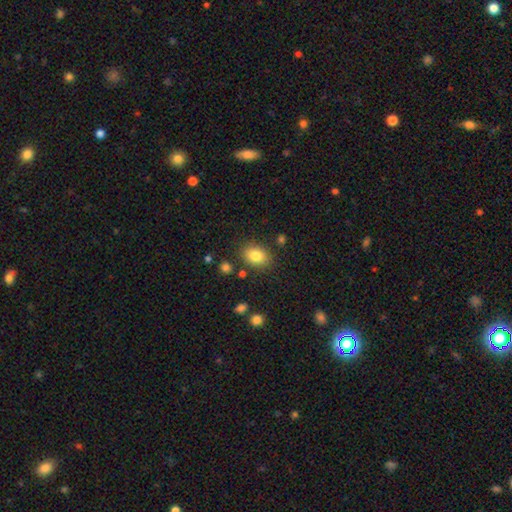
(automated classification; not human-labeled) Smooth or featured? smooth (82%)
How rounded? in between (71%)
Merging? none (82%)